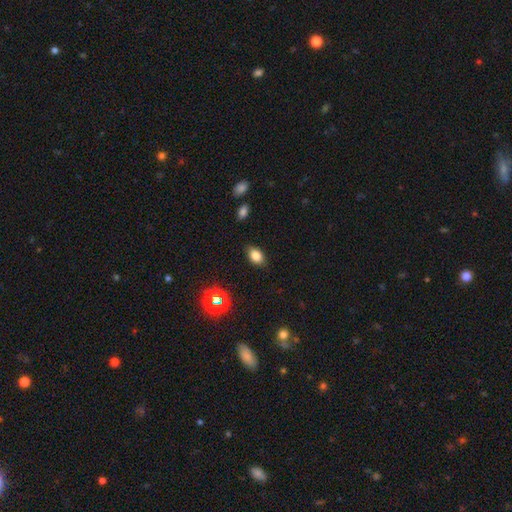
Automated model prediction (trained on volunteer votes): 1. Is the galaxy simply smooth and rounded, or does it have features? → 80% smooth, 13% star or artifact, 7% featured or disk.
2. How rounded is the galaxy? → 83% in between, 15% round, 2% cigar-shaped.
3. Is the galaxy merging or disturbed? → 85% none, 11% minor disturbance, 3% major disturbance, 1% merger.